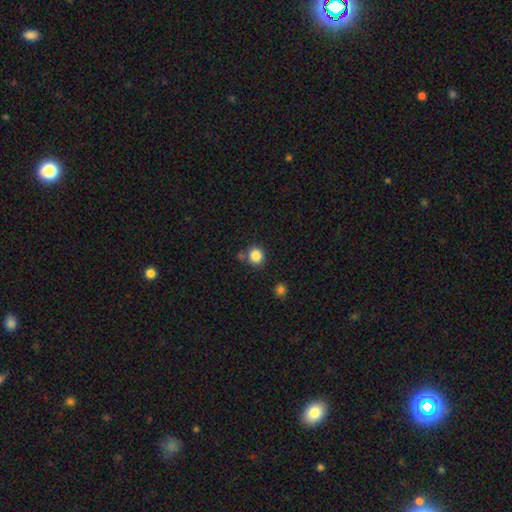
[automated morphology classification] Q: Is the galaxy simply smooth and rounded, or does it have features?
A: smooth — 86%.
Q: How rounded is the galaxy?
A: round — 90%.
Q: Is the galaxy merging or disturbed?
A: none — 75%.